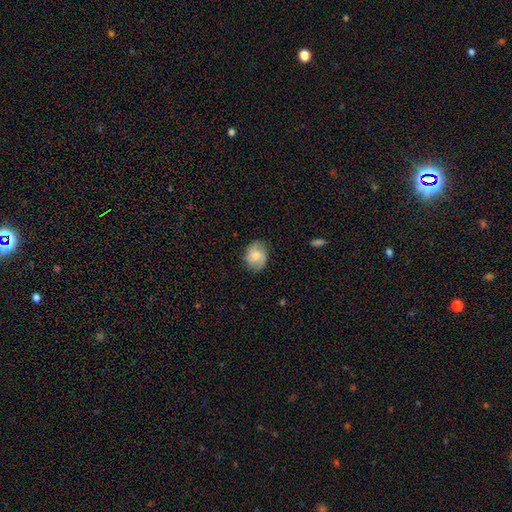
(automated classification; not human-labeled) smooth 57%, featured or disk 36%, star or artifact 7%. Down the decision tree: how rounded — in between (50%); merging — none (77%).